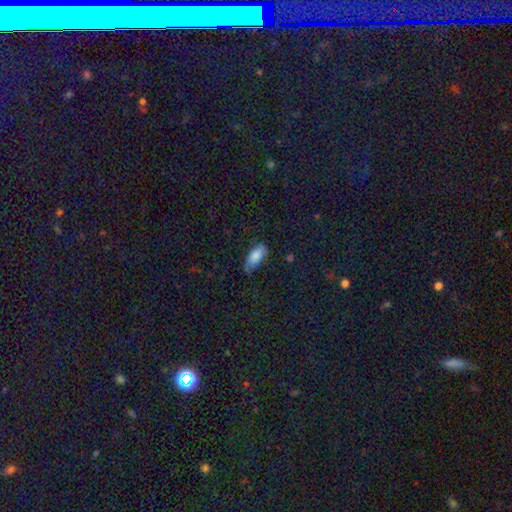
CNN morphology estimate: The model was most divided on "merging": none: 61%, minor disturbance: 28%, major disturbance: 9%, merger: 2%. More confident: how rounded — in between (85%); smooth or featured — smooth (79%).